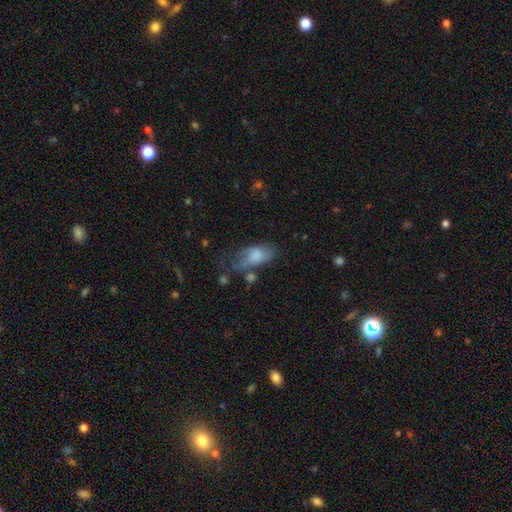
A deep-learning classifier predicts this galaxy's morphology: smooth_or_featured: smooth (p=0.70) [alt: featured or disk p=0.22]
how_rounded: in between (p=0.90) [alt: round p=0.05]
merging: none (p=0.32) [alt: minor disturbance p=0.29]